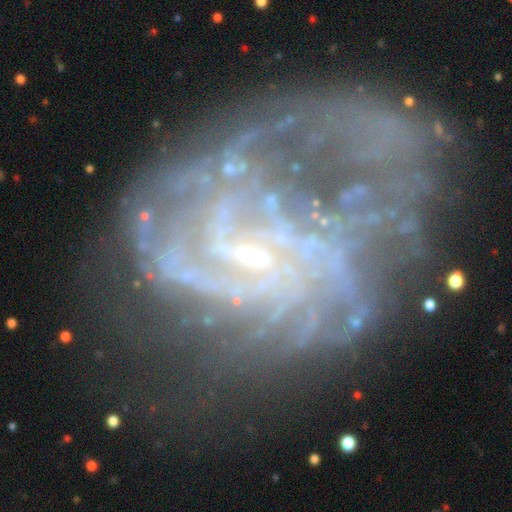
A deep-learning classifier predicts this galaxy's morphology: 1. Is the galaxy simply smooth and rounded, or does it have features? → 82% featured or disk, 11% star or artifact, 7% smooth.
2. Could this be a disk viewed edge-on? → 98% no, 2% yes.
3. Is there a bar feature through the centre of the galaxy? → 46% no, 41% weak, 13% strong.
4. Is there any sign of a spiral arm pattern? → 84% yes, 16% no.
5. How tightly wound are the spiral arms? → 38% medium, 34% tight, 28% loose.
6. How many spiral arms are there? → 37% can't tell, 21% 2, 13% 3, 10% 1, 10% 4, 8% more than 4.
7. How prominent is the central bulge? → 66% small, 21% none, 10% moderate, 1% large, 1% dominant.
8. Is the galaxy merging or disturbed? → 41% major disturbance, 34% none, 18% minor disturbance, 7% merger.